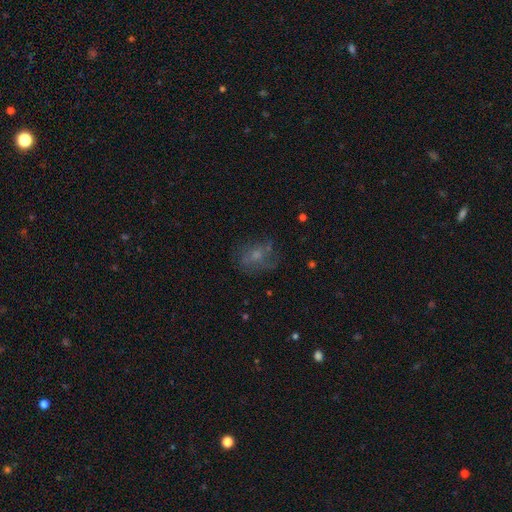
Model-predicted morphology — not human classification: smooth_or_featured: smooth (p=0.46) [alt: featured or disk p=0.39]
merging: none (p=0.55) [alt: minor disturbance p=0.22]